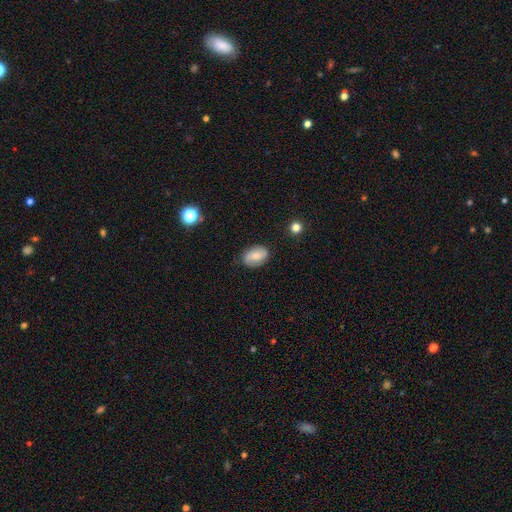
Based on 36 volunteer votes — Overall: smooth (50%; featured or disk 42%). How rounded: in between (89%). Merging: none (88%).